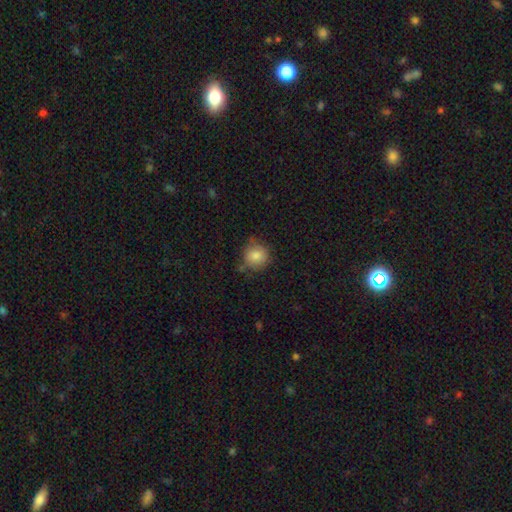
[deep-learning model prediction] The model was most divided on "merging": none: 75%, minor disturbance: 17%, major disturbance: 4%, merger: 4%. More confident: how rounded — round (88%); smooth or featured — smooth (83%).